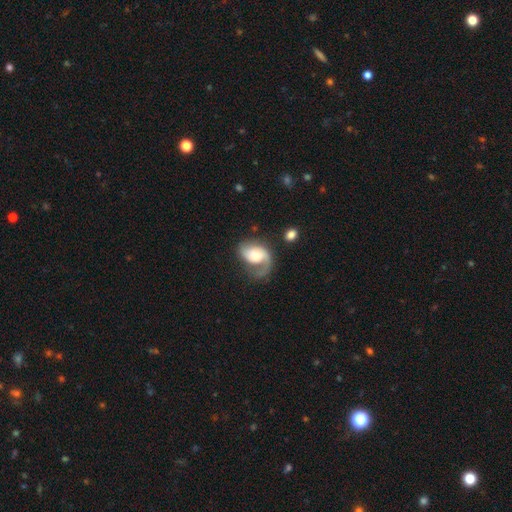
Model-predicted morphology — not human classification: Smooth or featured? Predicted: featured or disk (p=0.73). Edge-on disk? Predicted: no (p=0.98). Bar? Predicted: no (p=0.61). Spiral arms? Predicted: yes (p=0.93). Spiral winding? Predicted: loose (p=0.41). Spiral arm count? Predicted: 1 (p=0.51). Bulge size? Predicted: moderate (p=0.38). Merging? Predicted: none (p=0.42).